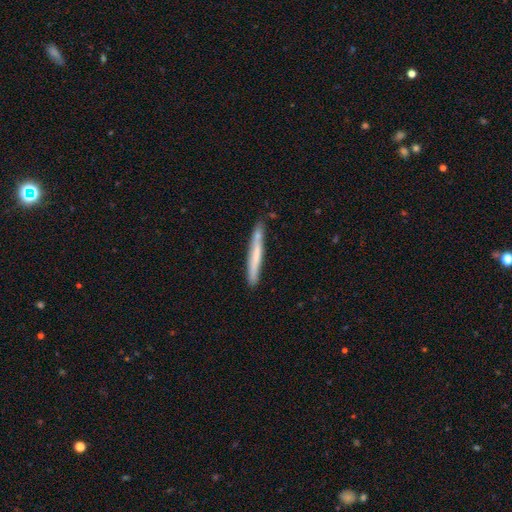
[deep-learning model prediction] Smooth or featured? smooth (59%)
How rounded? cigar-shaped (97%)
Merging? none (79%)